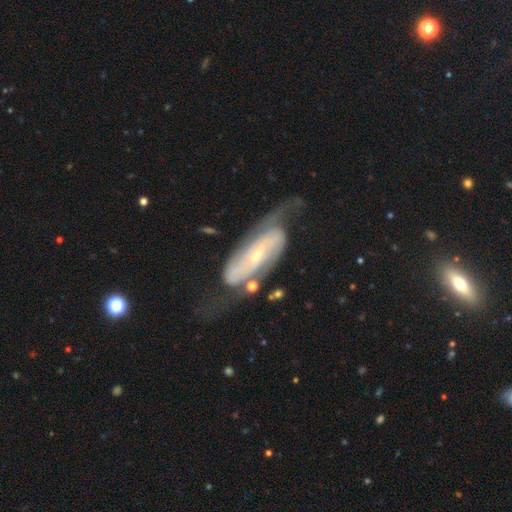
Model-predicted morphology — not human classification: This is clearly a featured or disk galaxy (86%). It is clearly not viewed edge-on (91%). Bar: marginally weak (37%). Spiral arm pattern: clearly yes (95%). Spiral arm count: clearly 2 (82%). Spiral winding: marginally medium (43%). Central bulge: likely small (70%). Merging: possibly none (59%).